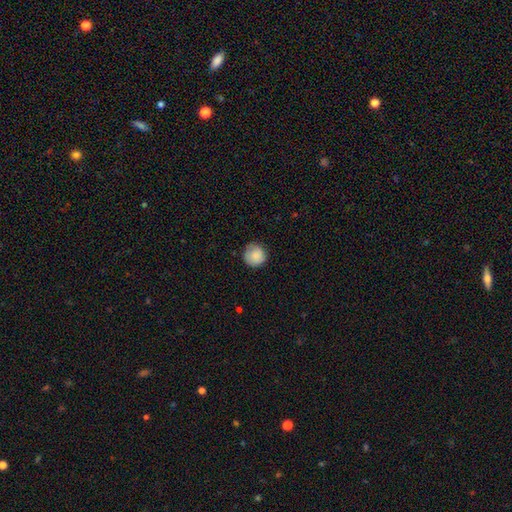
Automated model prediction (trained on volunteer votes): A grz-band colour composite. It shows a smooth galaxy with no disk features (86%) that is round (94%). Merging: none (81%).